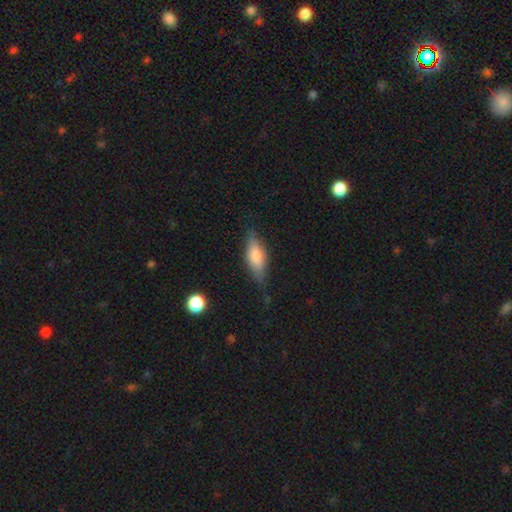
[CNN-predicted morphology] This appears to be a smooth galaxy with no disk features (64%) that is in between round and cigar-shaped (64%). Merging: none (70%).